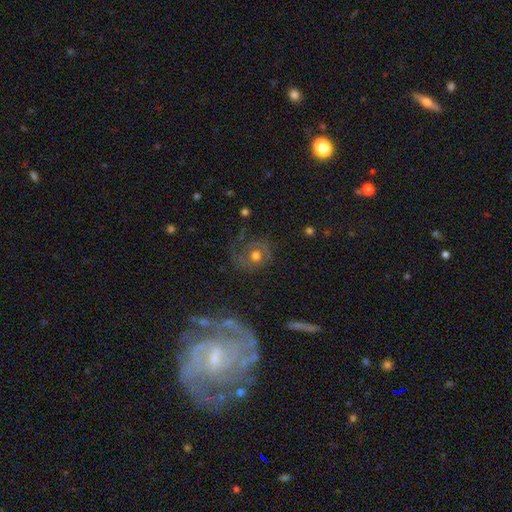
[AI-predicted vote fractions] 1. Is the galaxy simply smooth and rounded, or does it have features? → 57% featured or disk, 30% smooth, 13% star or artifact.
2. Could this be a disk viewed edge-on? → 96% no, 4% yes.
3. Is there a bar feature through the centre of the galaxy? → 81% no, 15% weak, 4% strong.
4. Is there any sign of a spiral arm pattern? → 70% yes, 30% no.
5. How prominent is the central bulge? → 72% moderate, 13% large, 11% small, 2% none, 2% dominant.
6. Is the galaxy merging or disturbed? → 63% none, 18% minor disturbance, 16% major disturbance, 3% merger.